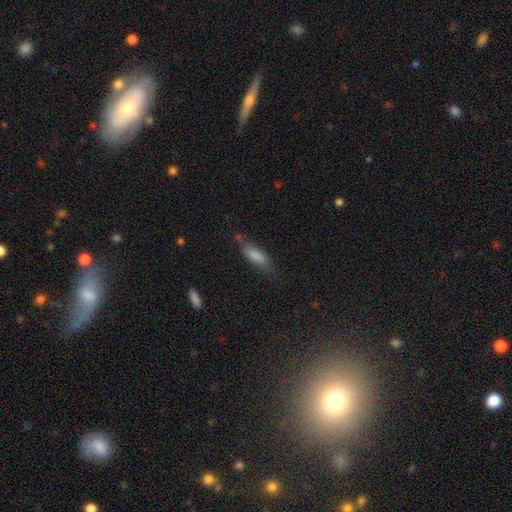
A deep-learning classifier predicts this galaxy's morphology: smooth_or_featured: smooth (p=0.81) [alt: featured or disk p=0.13]
how_rounded: in between (p=0.55) [alt: cigar-shaped p=0.43]
merging: none (p=0.63) [alt: minor disturbance p=0.25]